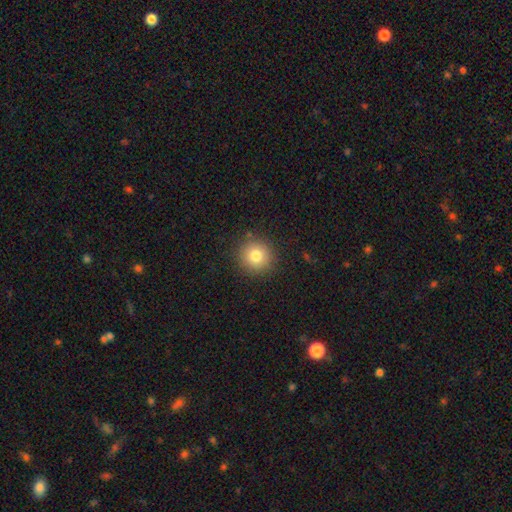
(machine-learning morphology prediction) The model was most divided on "smooth or featured": smooth: 79%, star or artifact: 12%, featured or disk: 9%. More confident: how rounded — round (94%); merging — none (89%).